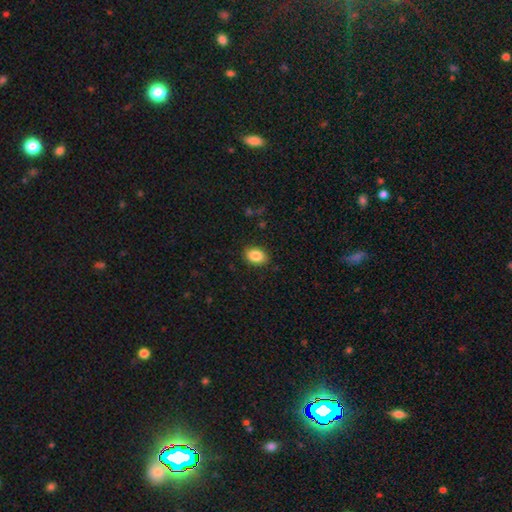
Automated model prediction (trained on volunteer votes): A smooth galaxy with no disk features (86%) that is in between round and cigar-shaped (84%).

Vote fractions:
- Smooth or featured? smooth: 86% / star or artifact: 8% / featured or disk: 6%
- How rounded? in between: 84% / round: 15% / cigar-shaped: 1%
- Merging? none: 88% / minor disturbance: 9% / major disturbance: 2% / merger: 1%